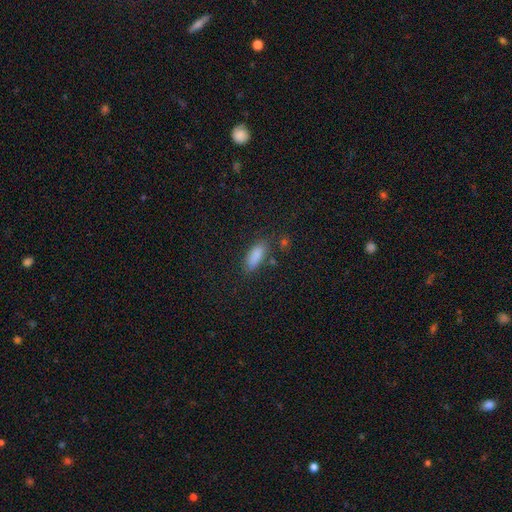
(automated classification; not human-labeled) smooth-or-featured: smooth: 85% | star or artifact: 9% | featured or disk: 6%
  how-rounded: in between: 78% | cigar-shaped: 19% | round: 3%
  merging: none: 74% | minor disturbance: 16% | major disturbance: 5% | merger: 5%